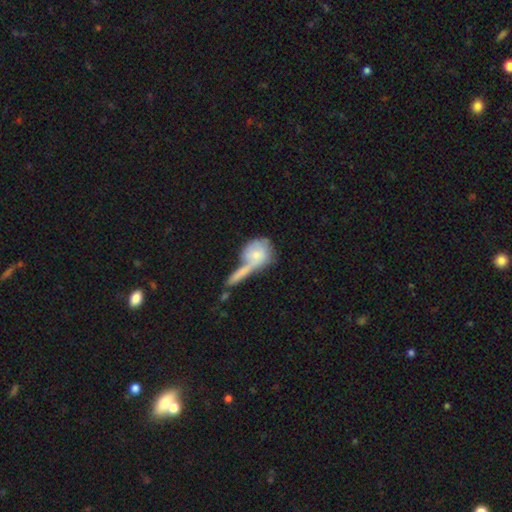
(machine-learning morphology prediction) type=smooth (68%); roundness=round (66%); merging=merger (49%).